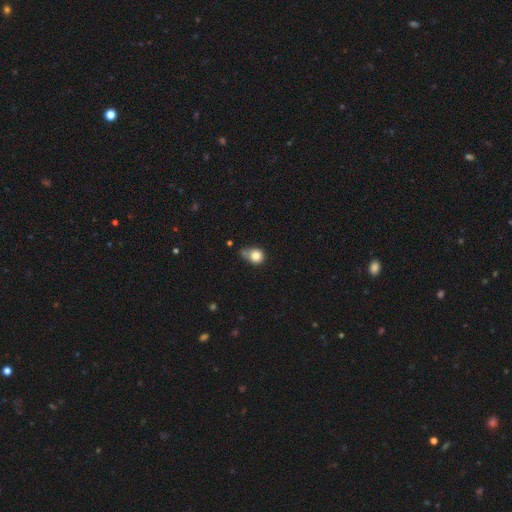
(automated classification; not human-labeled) Smooth or featured: smooth — 80% (star or artifact — 10%)
How rounded: round — 74% (in between — 25%)
Merging: none — 35% (tied with minor disturbance — 35%)